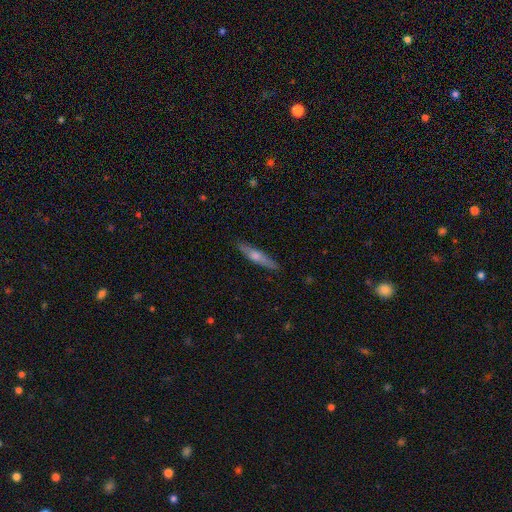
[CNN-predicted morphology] featured or disk 51%, smooth 42%, star or artifact 6%. Down the decision tree: edge-on disk — yes (93%); merging — none (89%).